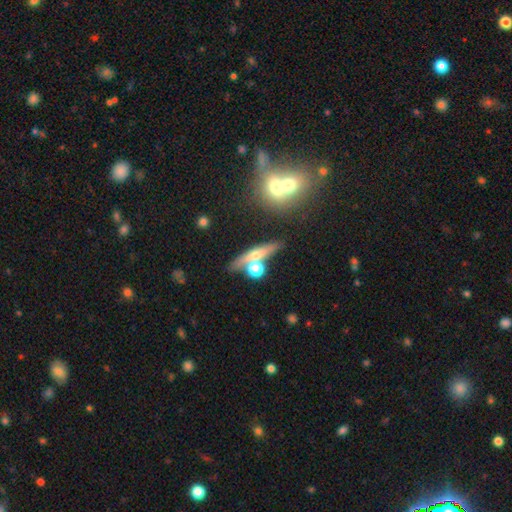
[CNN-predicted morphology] A featured or disk galaxy (49%). Merging: none (65%).